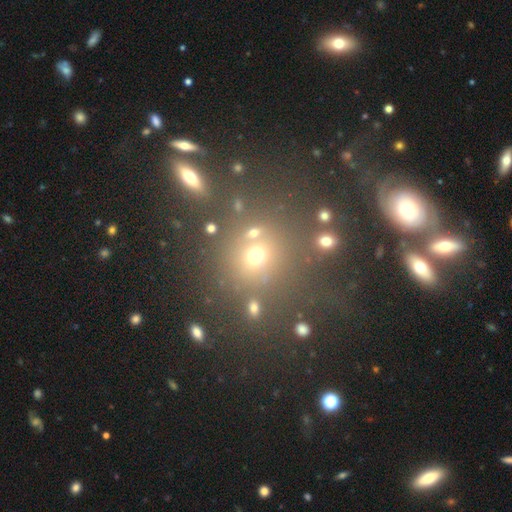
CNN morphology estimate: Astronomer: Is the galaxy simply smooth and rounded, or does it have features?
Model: smooth — 55%.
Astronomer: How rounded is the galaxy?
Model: round — 82%.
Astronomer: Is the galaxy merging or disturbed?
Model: none — 71%.